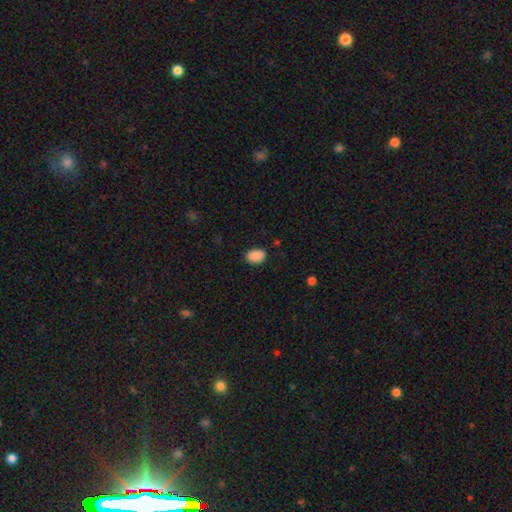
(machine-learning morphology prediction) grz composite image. It shows a smooth galaxy with no disk features (89%) that is in between round and cigar-shaped (78%). Merging: none (82%).